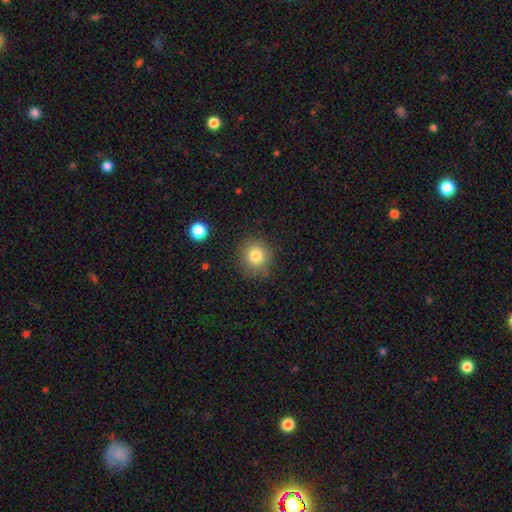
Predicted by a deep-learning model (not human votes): A smooth galaxy with no disk features (82%) that is round (89%).

Vote fractions:
- Smooth or featured? smooth: 82% / star or artifact: 11% / featured or disk: 7%
- How rounded? round: 89% / in between: 10% / cigar-shaped: 1%
- Merging? none: 84% / minor disturbance: 11% / major disturbance: 3% / merger: 2%